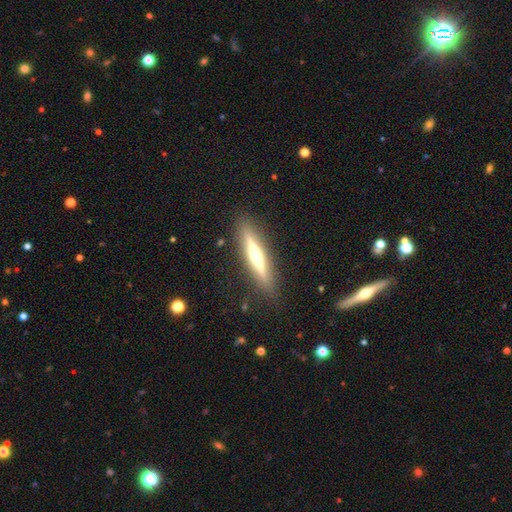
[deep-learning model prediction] smooth_or_featured: featured or disk (p=0.62) [alt: smooth p=0.31]
disk_edge_on: yes (p=0.95) [alt: no p=0.05]
edge_on_bulge: rounded (p=0.68) [alt: none p=0.20]
merging: none (p=0.88) [alt: minor disturbance p=0.08]